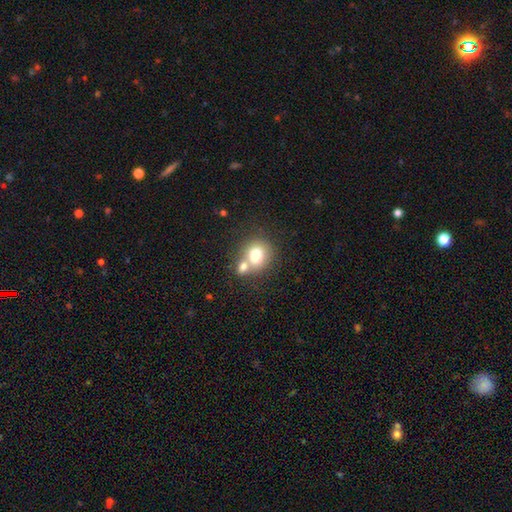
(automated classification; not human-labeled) Smooth or featured?
  - smooth: 76% *
  - featured or disk: 15%
  - star or artifact: 10%
How rounded?
  - round: 67% *
  - in between: 32%
  - cigar-shaped: 1%
Merging?
  - merger: 48% *
  - none: 40%
  - minor disturbance: 9%
  - major disturbance: 4%